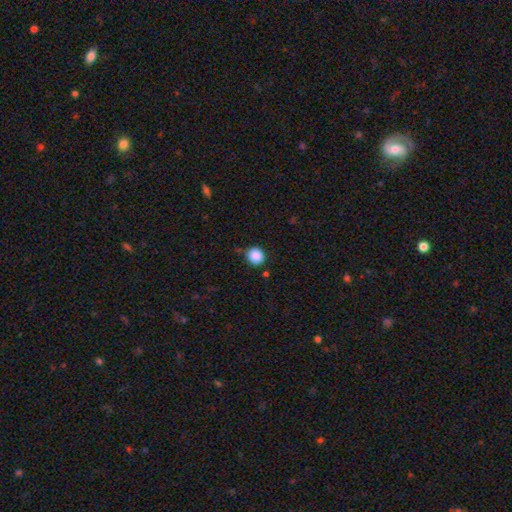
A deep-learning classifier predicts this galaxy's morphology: This appears to be a smooth galaxy with no disk features (88%) that is round (89%). Merging: none (82%).